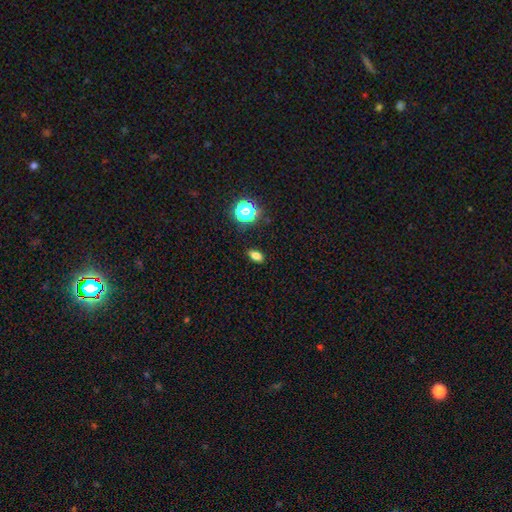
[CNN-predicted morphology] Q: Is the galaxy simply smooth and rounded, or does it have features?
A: smooth — 78%.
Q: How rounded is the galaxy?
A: in between — 80%.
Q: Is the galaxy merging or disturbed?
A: none — 87%.